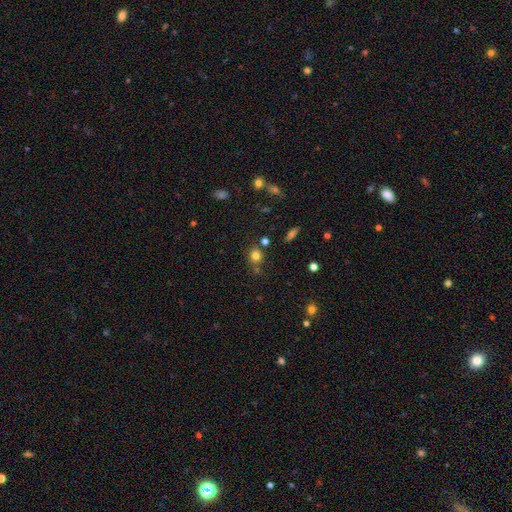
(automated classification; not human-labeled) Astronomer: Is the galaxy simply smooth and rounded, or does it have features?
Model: smooth — 77%.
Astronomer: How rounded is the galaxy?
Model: round — 80%.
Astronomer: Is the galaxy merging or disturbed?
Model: none — 74%.